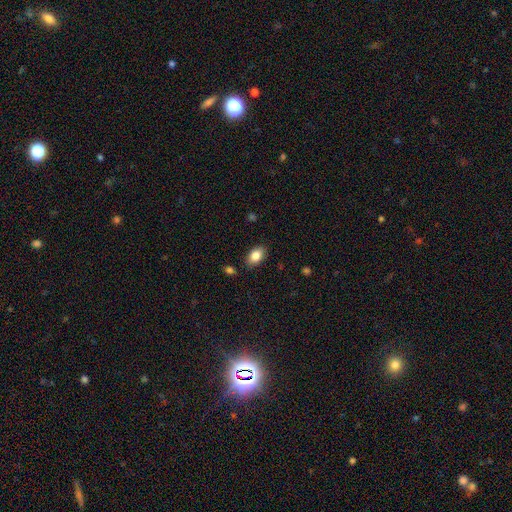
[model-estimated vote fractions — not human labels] smooth 84%, featured or disk 8%, star or artifact 8%. Down the decision tree: how rounded — in between (88%); merging — none (86%).